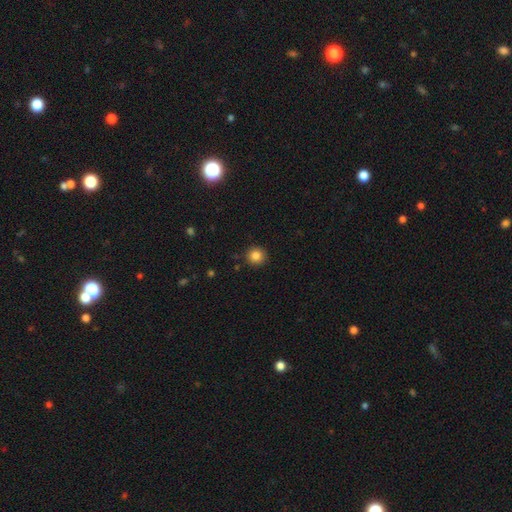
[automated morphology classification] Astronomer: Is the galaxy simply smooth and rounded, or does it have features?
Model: smooth — 85%.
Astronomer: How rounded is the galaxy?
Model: round — 94%.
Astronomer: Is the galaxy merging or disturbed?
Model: none — 90%.